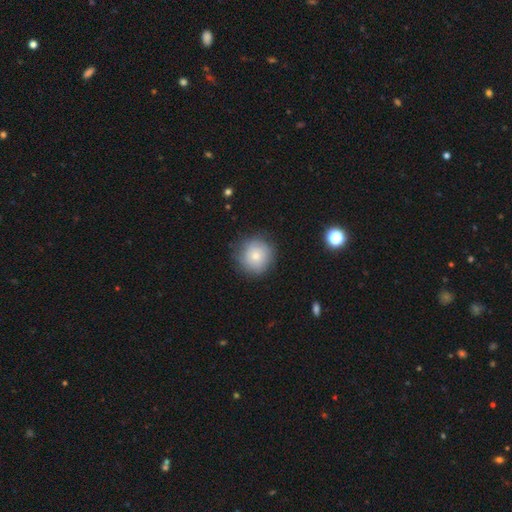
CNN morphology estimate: Smooth or featured? smooth (75%)
How rounded? round (93%)
Merging? none (81%)